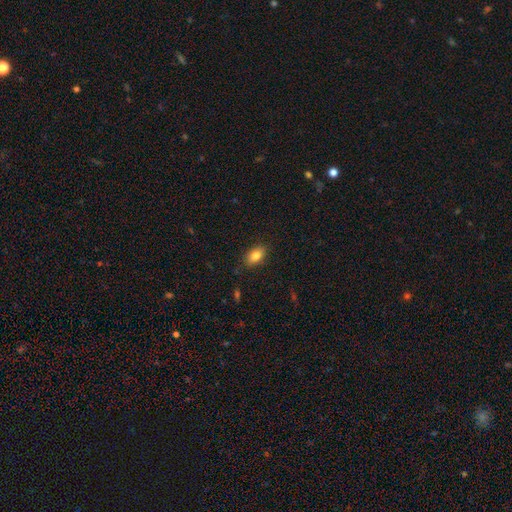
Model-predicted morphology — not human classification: type=smooth (83%); roundness=in between (87%); merging=none (85%).